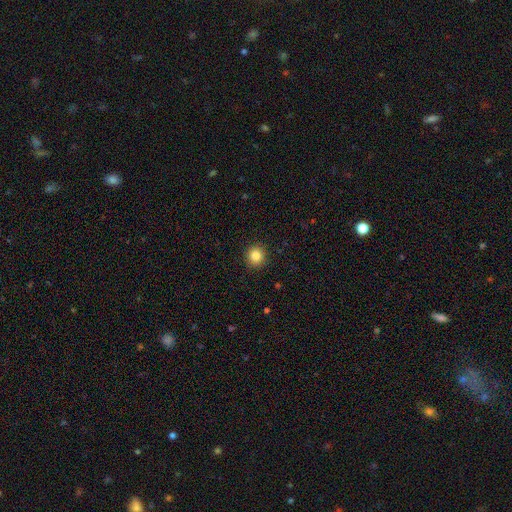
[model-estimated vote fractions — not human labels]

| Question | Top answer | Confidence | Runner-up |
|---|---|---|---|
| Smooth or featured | smooth | 84% | star or artifact (11%) |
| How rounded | round | 91% | in between (8%) |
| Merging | none | 92% | minor disturbance (5%) |